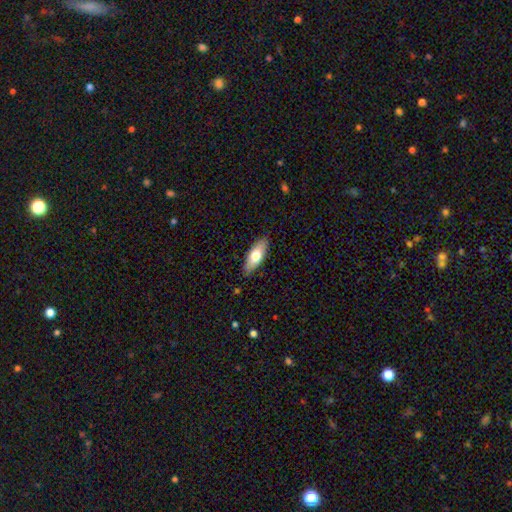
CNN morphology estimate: Smooth or featured?
  - smooth: 67% *
  - featured or disk: 27%
  - star or artifact: 6%
How rounded?
  - in between: 71% *
  - cigar-shaped: 27%
  - round: 2%
Merging?
  - none: 87% *
  - minor disturbance: 10%
  - major disturbance: 2%
  - merger: 1%